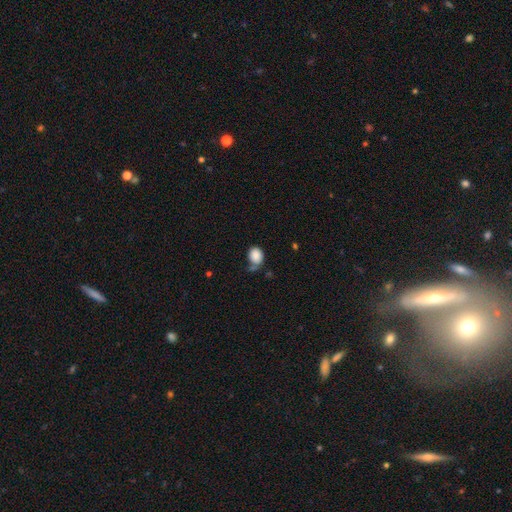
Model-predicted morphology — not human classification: smooth 85%, star or artifact 8%, featured or disk 7%. Down the decision tree: how rounded — round (50%); merging — none (54%).